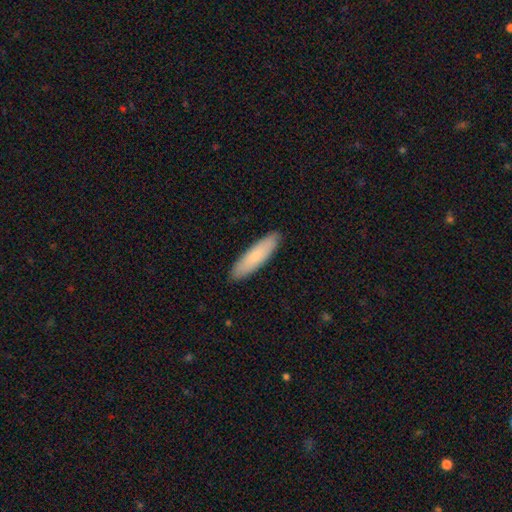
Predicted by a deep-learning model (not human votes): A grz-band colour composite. It shows a smooth galaxy with no disk features (80%) that is cigar-shaped (70%). Merging: none (90%).